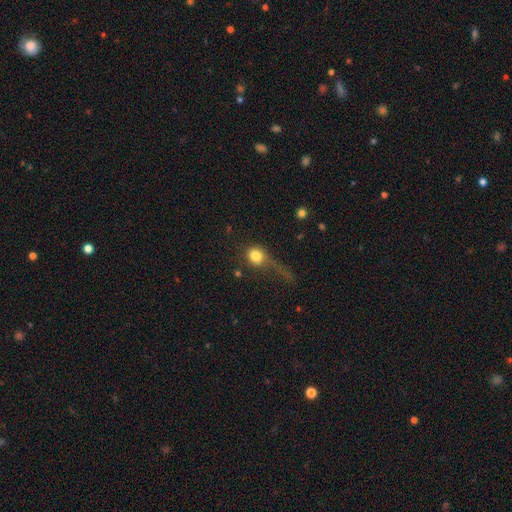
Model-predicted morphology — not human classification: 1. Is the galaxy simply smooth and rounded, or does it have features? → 76% smooth, 13% featured or disk, 11% star or artifact.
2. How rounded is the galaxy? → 72% round, 25% in between, 3% cigar-shaped.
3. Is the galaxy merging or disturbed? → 44% major disturbance, 31% none, 18% minor disturbance, 7% merger.